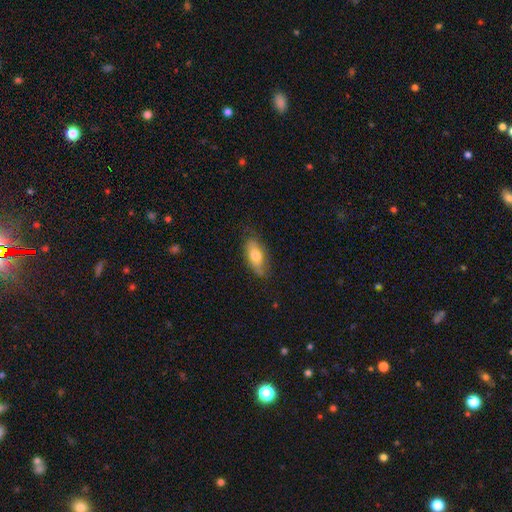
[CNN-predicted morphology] Overall: smooth (69%). How rounded: in between (80%). Merging: none (73%).